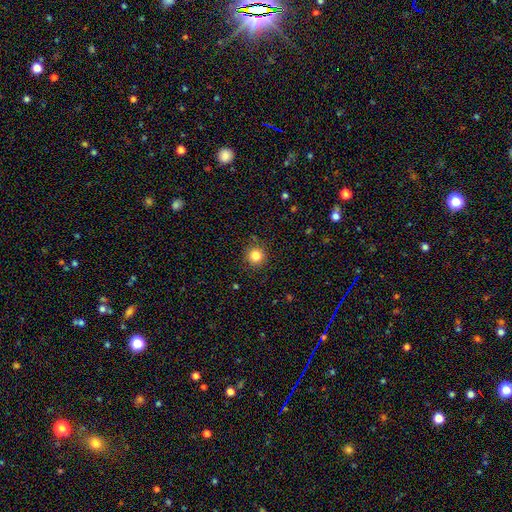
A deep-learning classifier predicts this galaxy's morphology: This appears to be a smooth galaxy with no disk features (83%) that is round (94%). Merging: none (89%).